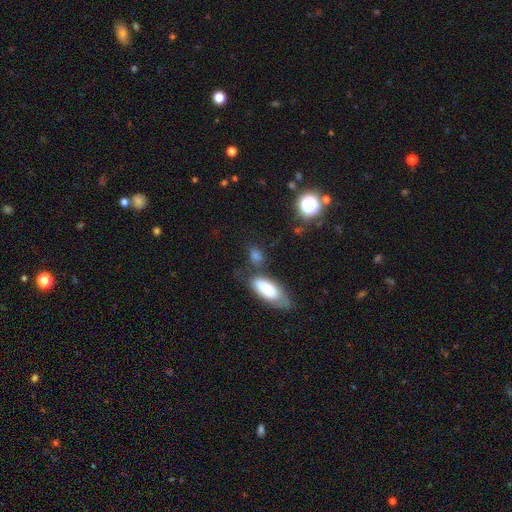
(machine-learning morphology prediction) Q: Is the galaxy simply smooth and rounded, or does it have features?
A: smooth — 73%.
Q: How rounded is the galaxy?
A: in between — 71%.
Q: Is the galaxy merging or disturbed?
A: none — 54%.